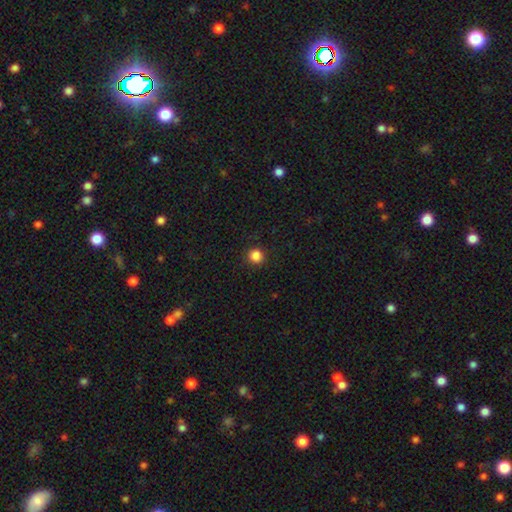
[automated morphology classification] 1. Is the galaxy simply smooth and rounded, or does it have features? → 86% smooth, 12% star or artifact, 3% featured or disk.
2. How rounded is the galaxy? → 89% round, 10% in between, 1% cigar-shaped.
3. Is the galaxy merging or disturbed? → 89% none, 7% minor disturbance, 2% major disturbance, 1% merger.